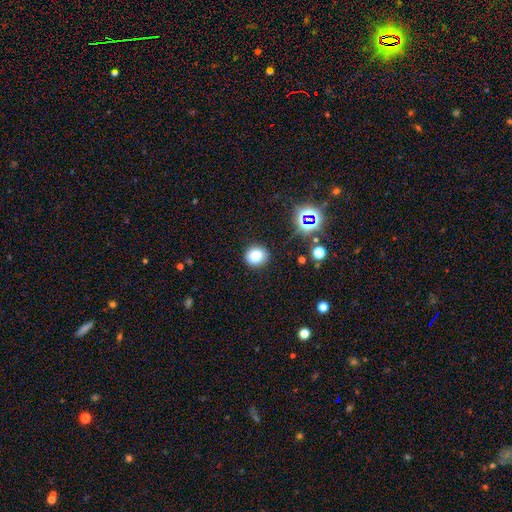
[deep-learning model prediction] This is clearly a smooth galaxy (81%). How rounded: likely round (78%). Merging: clearly none (86%).